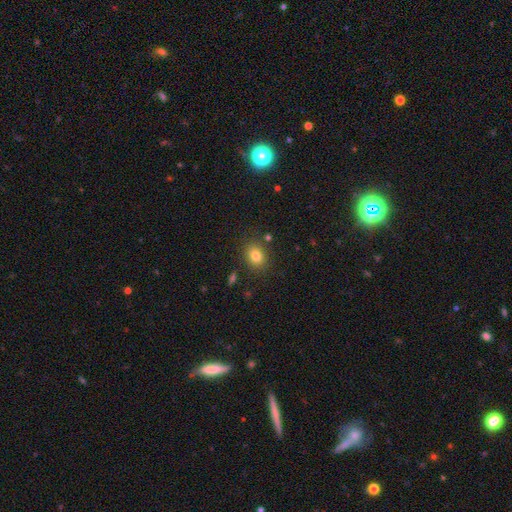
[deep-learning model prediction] Smooth or featured?
  - smooth: 81% *
  - star or artifact: 11%
  - featured or disk: 8%
How rounded?
  - in between: 58% *
  - round: 41%
  - cigar-shaped: 1%
Merging?
  - none: 83% *
  - minor disturbance: 11%
  - merger: 3%
  - major disturbance: 3%